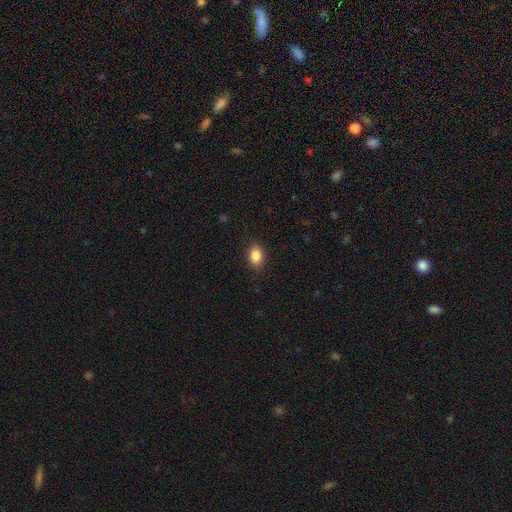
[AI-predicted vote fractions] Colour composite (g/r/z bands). It shows a smooth galaxy with no disk features (87%) that is in between round and cigar-shaped (74%). Merging: none (88%).